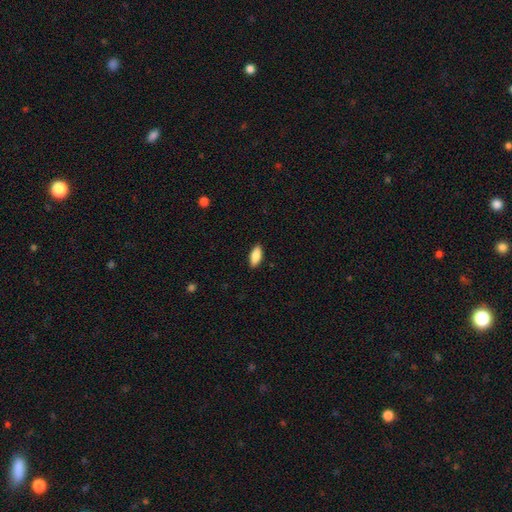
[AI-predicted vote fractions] Smooth or featured?
  - smooth: 87% *
  - featured or disk: 7%
  - star or artifact: 6%
How rounded?
  - in between: 81% *
  - cigar-shaped: 16%
  - round: 2%
Merging?
  - none: 89% *
  - minor disturbance: 9%
  - major disturbance: 2%
  - merger: 1%